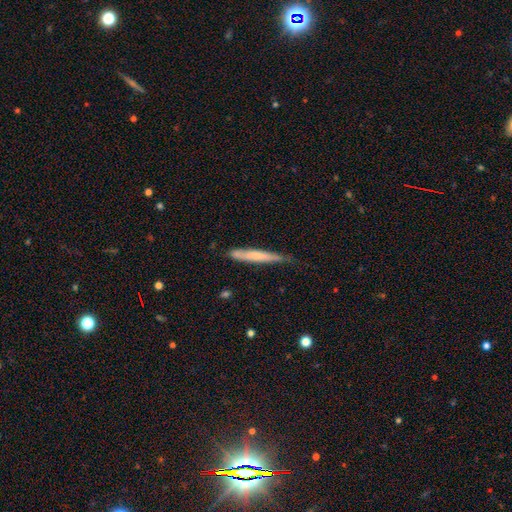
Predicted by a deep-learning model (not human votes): smooth 59%, featured or disk 35%, star or artifact 6%. Down the decision tree: how rounded — cigar-shaped (95%); merging — none (66%).